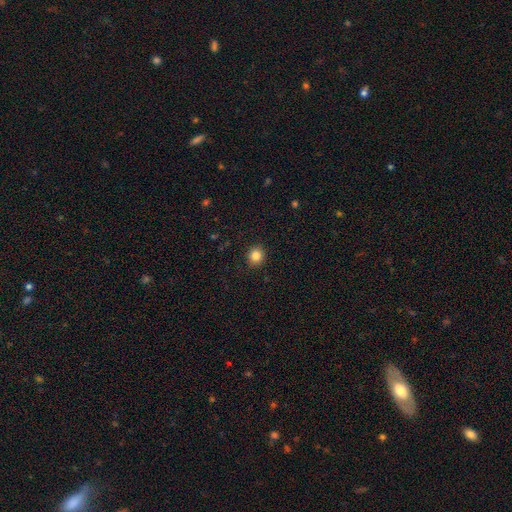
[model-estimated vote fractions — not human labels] Q: Smooth or featured?
A: smooth (84%); runner-up: star or artifact (11%)
Q: How rounded?
A: round (88%); runner-up: in between (12%)
Q: Merging?
A: none (92%); runner-up: minor disturbance (5%)